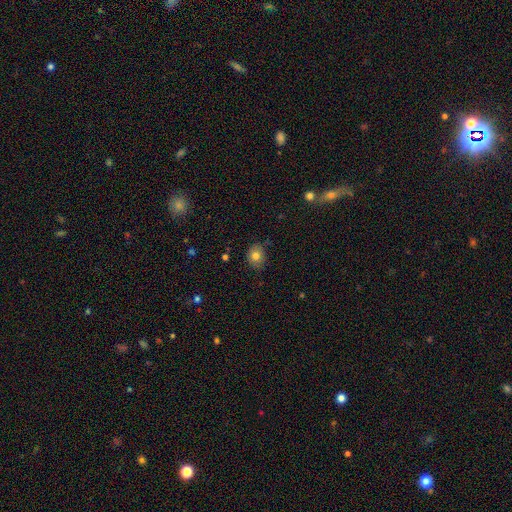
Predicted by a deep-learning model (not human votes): smooth_or_featured: smooth (p=0.78) [alt: featured or disk p=0.12]
how_rounded: round (p=0.54) [alt: in between p=0.45]
merging: none (p=0.80) [alt: minor disturbance p=0.16]